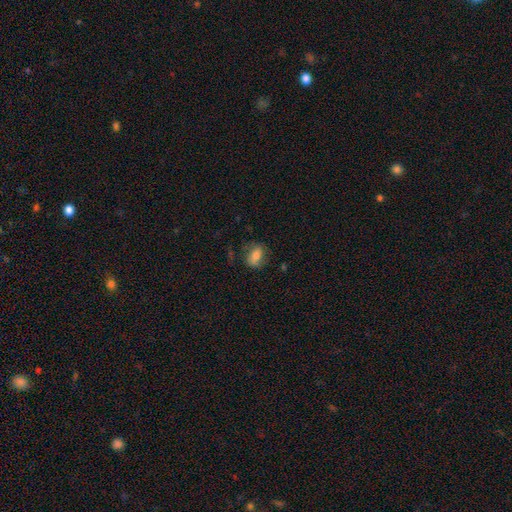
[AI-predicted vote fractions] A smooth galaxy with no disk features (70%) that is in between round and cigar-shaped (74%).

Vote fractions:
- Smooth or featured? smooth: 70% / featured or disk: 22% / star or artifact: 9%
- How rounded? in between: 74% / round: 23% / cigar-shaped: 3%
- Merging? none: 69% / minor disturbance: 20% / major disturbance: 10% / merger: 2%